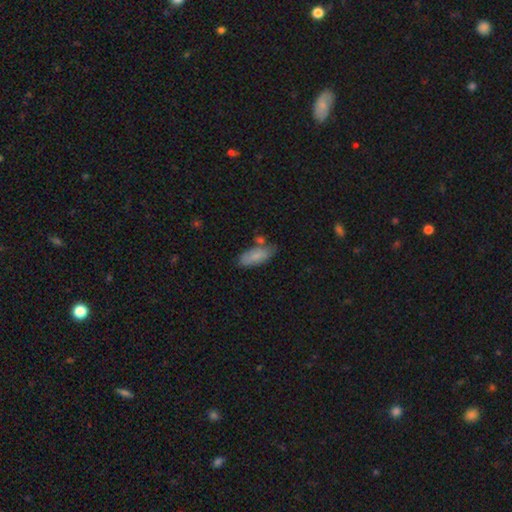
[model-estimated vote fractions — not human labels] This appears to be a smooth galaxy with no disk features (78%) that is in between round and cigar-shaped (82%). Merging: none (61%).